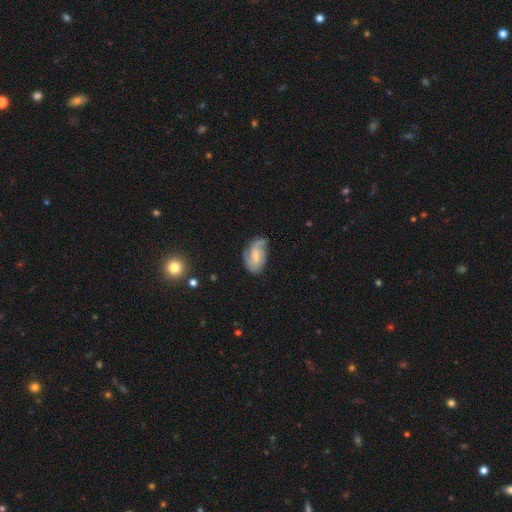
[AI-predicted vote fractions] This is likely a featured or disk galaxy (67%). It is clearly not viewed edge-on (97%). Bar: possibly no (46%). Spiral arm pattern: clearly yes (91%). Spiral arm count: possibly 2 (51%). Spiral winding: marginally medium (44%). Central bulge: possibly small (49%). Merging: possibly none (54%).